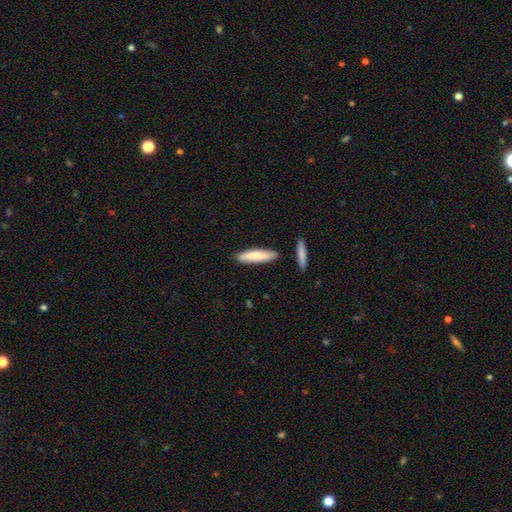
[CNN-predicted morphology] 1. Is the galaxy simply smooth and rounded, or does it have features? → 76% smooth, 19% featured or disk, 5% star or artifact.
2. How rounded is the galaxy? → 78% cigar-shaped, 21% in between, 1% round.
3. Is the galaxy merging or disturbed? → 83% none, 10% minor disturbance, 5% merger, 2% major disturbance.